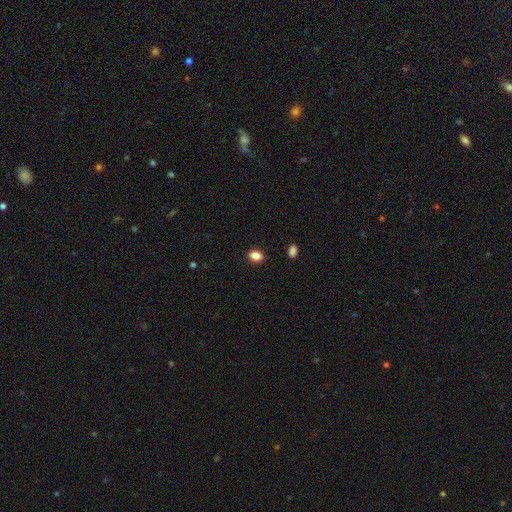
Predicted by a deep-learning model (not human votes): This appears to be a smooth galaxy with no disk features (86%) that is in between round and cigar-shaped (75%). Merging: none (89%).